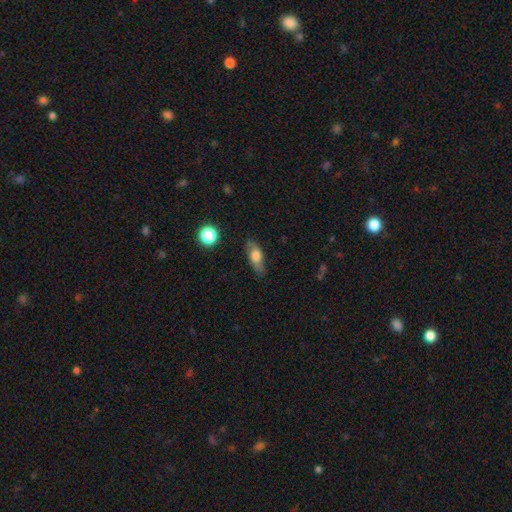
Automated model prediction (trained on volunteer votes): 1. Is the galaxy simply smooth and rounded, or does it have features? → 65% smooth, 27% featured or disk, 8% star or artifact.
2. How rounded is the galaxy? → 70% in between, 23% cigar-shaped, 7% round.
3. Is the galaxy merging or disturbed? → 77% none, 17% minor disturbance, 4% major disturbance, 2% merger.